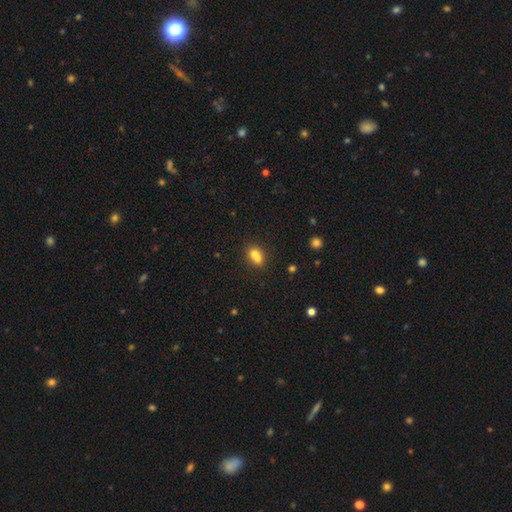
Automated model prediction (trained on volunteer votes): Smooth or featured: smooth — 70% (featured or disk — 17%)
How rounded: round — 50% (in between — 47%)
Merging: merger — 60% (none — 30%)